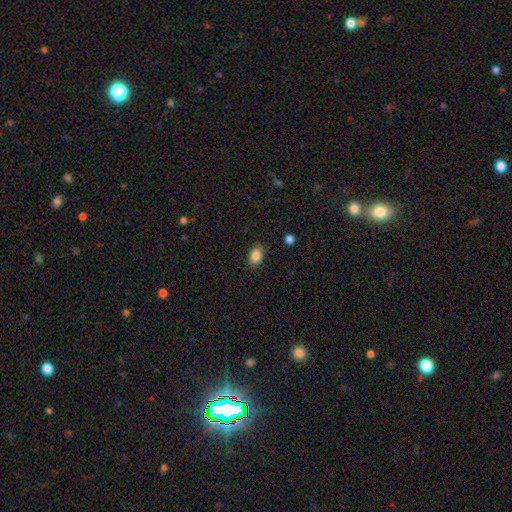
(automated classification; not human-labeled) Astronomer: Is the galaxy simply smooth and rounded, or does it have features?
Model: smooth — 87%.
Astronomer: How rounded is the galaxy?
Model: in between — 83%.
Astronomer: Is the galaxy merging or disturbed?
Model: none — 86%.